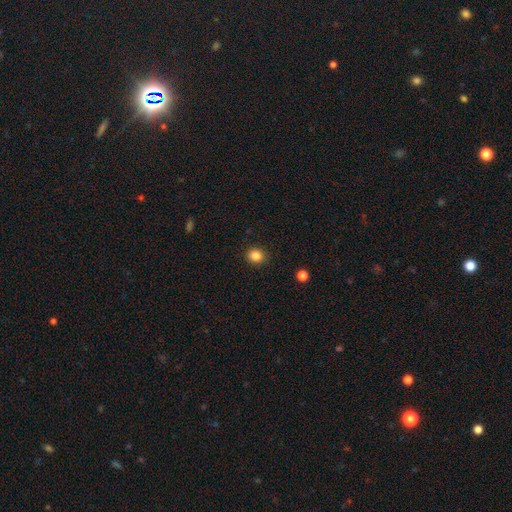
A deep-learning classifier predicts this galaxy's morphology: Overall: smooth (85%). How rounded: round (72%). Merging: none (90%).